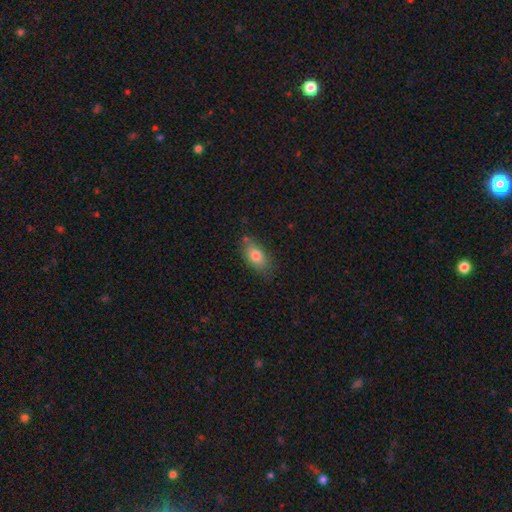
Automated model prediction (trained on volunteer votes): smooth-or-featured: smooth: 78% | featured or disk: 13% | star or artifact: 8%
  how-rounded: in between: 87% | cigar-shaped: 7% | round: 6%
  merging: none: 73% | minor disturbance: 19% | major disturbance: 4% | merger: 4%